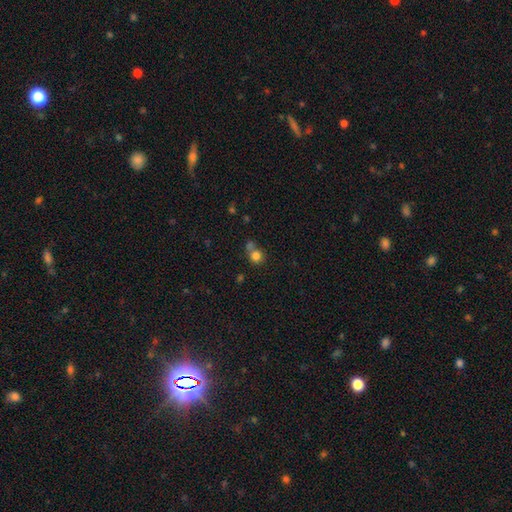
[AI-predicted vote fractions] Overall: smooth (79%). How rounded: round (85%). Merging: none (51%; merger 33%).